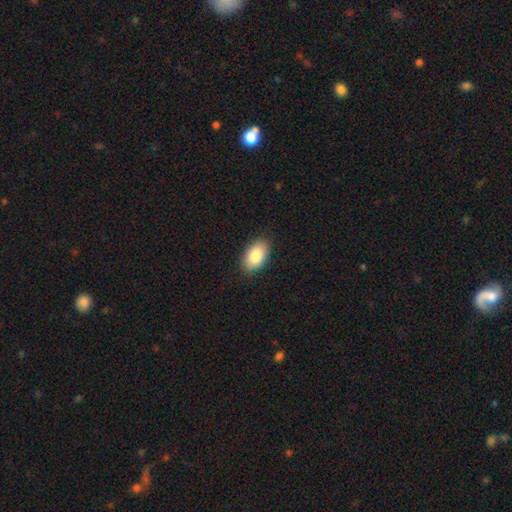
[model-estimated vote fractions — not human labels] Overall: smooth (84%). How rounded: in between (93%). Merging: none (87%).